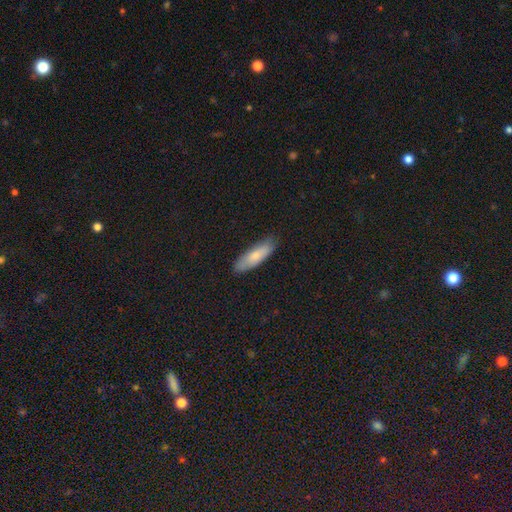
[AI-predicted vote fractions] smooth_or_featured: smooth (p=0.76) [alt: featured or disk p=0.18]
how_rounded: cigar-shaped (p=0.50) [alt: in between p=0.48]
merging: none (p=0.84) [alt: minor disturbance p=0.12]